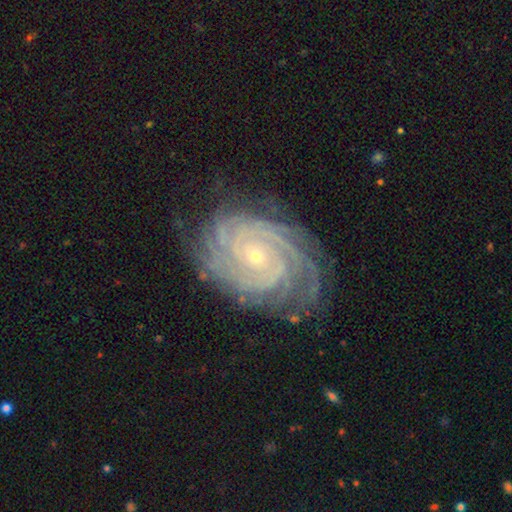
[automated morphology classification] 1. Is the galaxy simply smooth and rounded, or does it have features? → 90% featured or disk, 6% star or artifact, 4% smooth.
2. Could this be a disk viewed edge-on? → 97% no, 3% yes.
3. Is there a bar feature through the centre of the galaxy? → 74% no, 18% weak, 8% strong.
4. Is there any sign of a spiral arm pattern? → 98% yes, 2% no.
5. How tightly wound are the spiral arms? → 84% tight, 14% medium, 2% loose.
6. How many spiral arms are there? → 27% 4, 20% more than 4, 18% can't tell, 15% 3, 13% 2, 7% 1.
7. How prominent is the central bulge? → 84% small, 13% moderate, 1% none, 1% large, 1% dominant.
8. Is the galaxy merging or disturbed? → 77% none, 16% minor disturbance, 5% major disturbance, 1% merger.